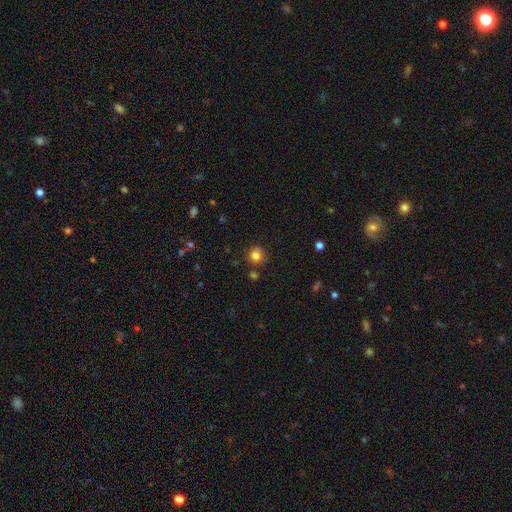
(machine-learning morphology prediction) The model was most divided on "merging": none: 71%, minor disturbance: 18%, merger: 7%, major disturbance: 5%. More confident: how rounded — round (84%); smooth or featured — smooth (81%).